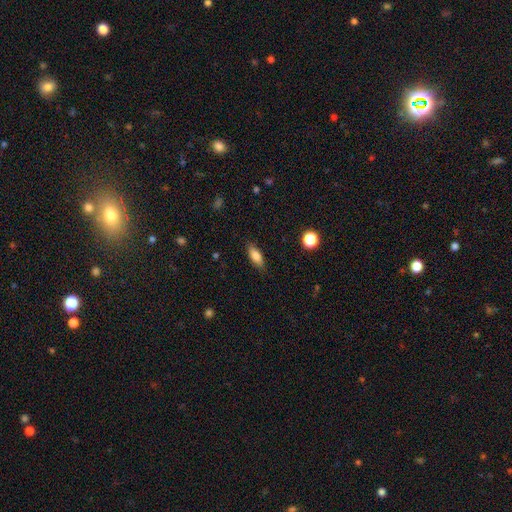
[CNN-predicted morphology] smooth-or-featured: smooth: 81% | featured or disk: 11% | star or artifact: 8%
  how-rounded: in between: 73% | cigar-shaped: 24% | round: 3%
  merging: none: 85% | minor disturbance: 11% | major disturbance: 3% | merger: 1%